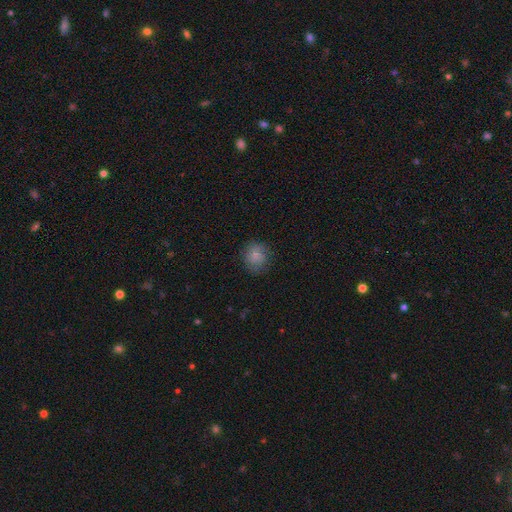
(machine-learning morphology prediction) A smooth galaxy with no disk features (82%) that is round (83%).

Vote fractions:
- Smooth or featured? smooth: 82% / star or artifact: 9% / featured or disk: 9%
- How rounded? round: 83% / in between: 16% / cigar-shaped: 1%
- Merging? none: 78% / minor disturbance: 16% / major disturbance: 5% / merger: 1%